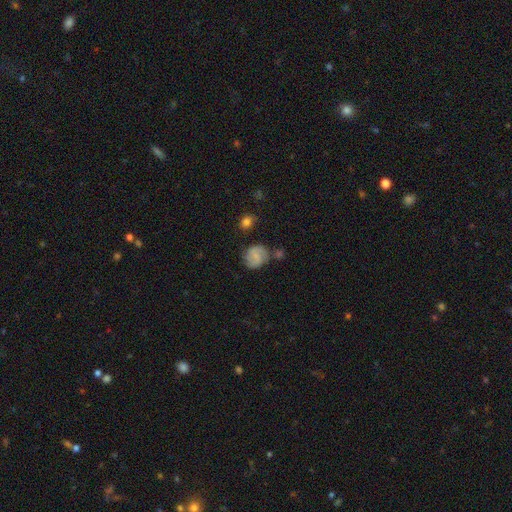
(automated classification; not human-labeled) smooth 53%, featured or disk 38%, star or artifact 9%. Down the decision tree: how rounded — round (71%); merging — none (61%).